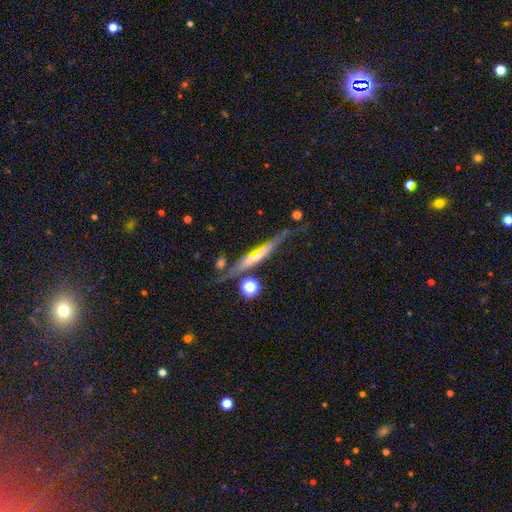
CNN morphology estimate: featured or disk 70%, smooth 22%, star or artifact 8%. Down the decision tree: edge-on disk — yes (90%); edge-on bulge — none (43%, tied with rounded); merging — none (62%).